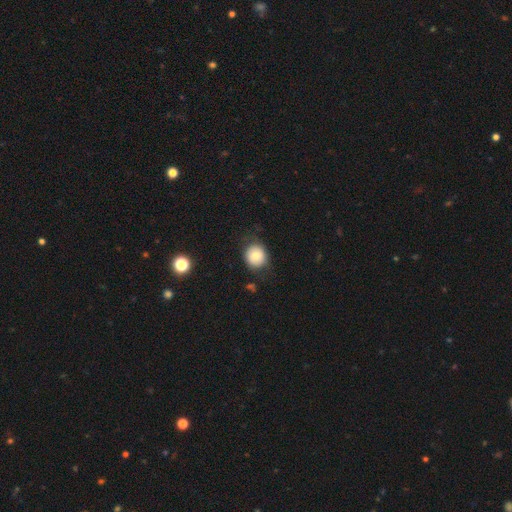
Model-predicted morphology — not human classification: smooth-or-featured: smooth: 75% | featured or disk: 16% | star or artifact: 9%
  how-rounded: round: 86% | in between: 13% | cigar-shaped: 1%
  merging: none: 77% | minor disturbance: 16% | major disturbance: 6% | merger: 2%